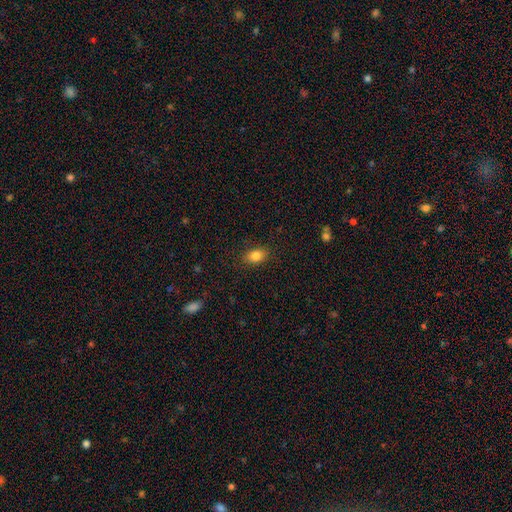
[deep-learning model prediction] Overall: smooth (85%). How rounded: in between (82%). Merging: none (87%).